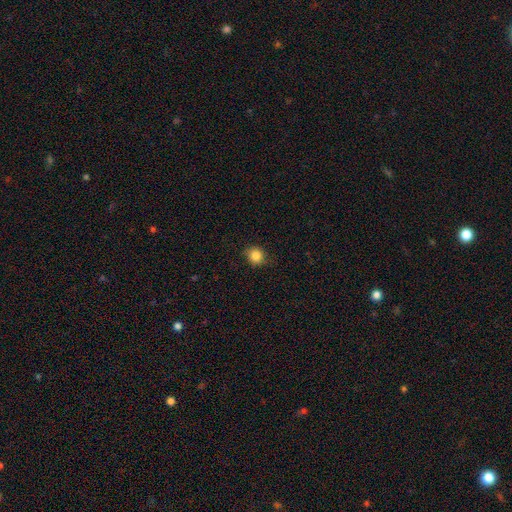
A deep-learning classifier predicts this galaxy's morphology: Smooth or featured: smooth — 85% (star or artifact — 11%)
How rounded: round — 83% (in between — 16%)
Merging: none — 83% (minor disturbance — 14%)